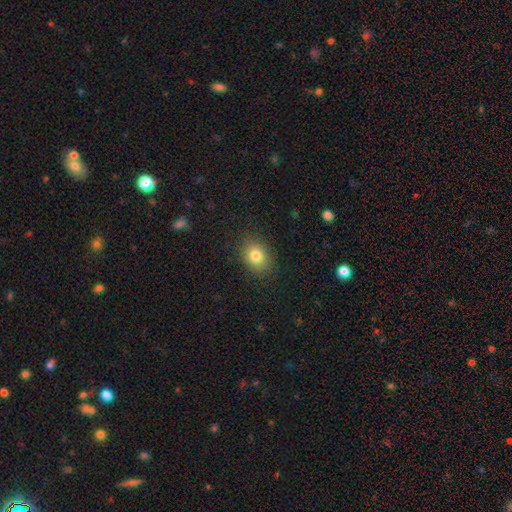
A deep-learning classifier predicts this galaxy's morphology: type=smooth (81%); roundness=in between (52%); merging=none (86%).